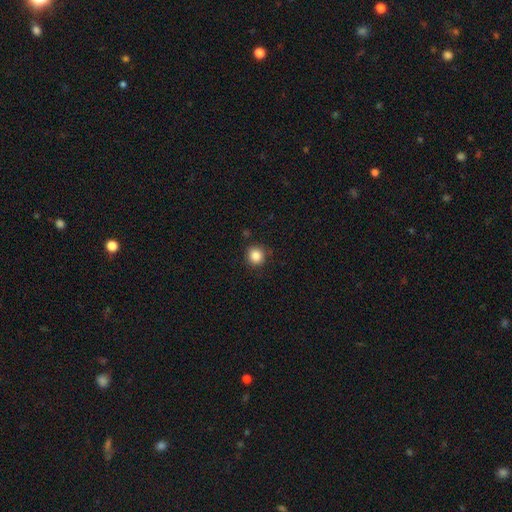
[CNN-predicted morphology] Smooth or featured: smooth — 85% (star or artifact — 11%)
How rounded: round — 89% (in between — 10%)
Merging: none — 87% (minor disturbance — 9%)